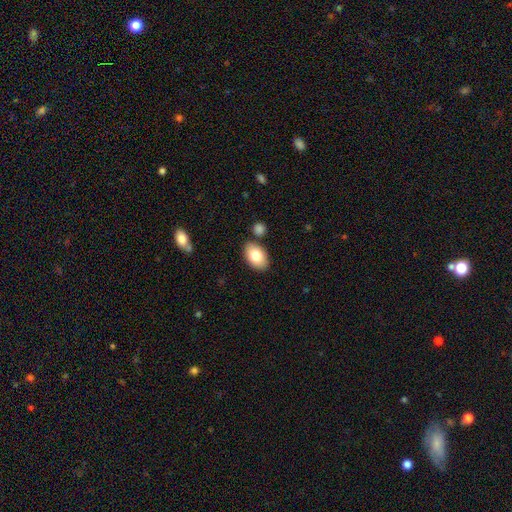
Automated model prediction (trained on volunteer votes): Morphology: type=smooth (80%); roundness=in between (90%); merging=none (82%).